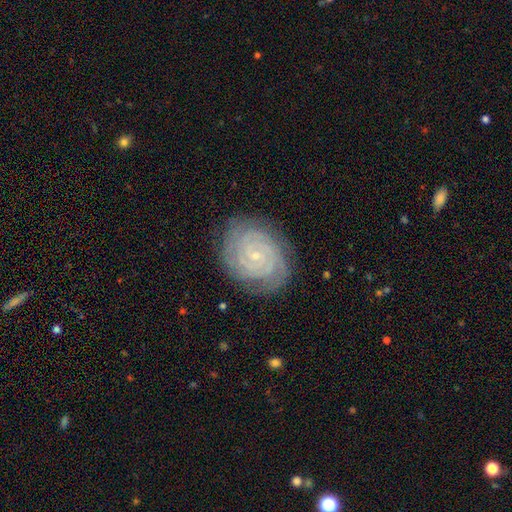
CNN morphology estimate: Q: Smooth or featured?
A: featured or disk (87%); runner-up: star or artifact (7%)
Q: Edge-on disk?
A: no (98%); runner-up: yes (2%)
Q: Bar?
A: no (71%); runner-up: weak (23%)
Q: Spiral arms?
A: yes (98%); runner-up: no (2%)
Q: Spiral winding?
A: tight (84%); runner-up: medium (14%)
Q: Spiral arm count?
A: 2 (27%); runner-up: 3 (22%)
Q: Bulge size?
A: small (85%); runner-up: moderate (10%)
Q: Merging?
A: none (82%); runner-up: minor disturbance (13%)